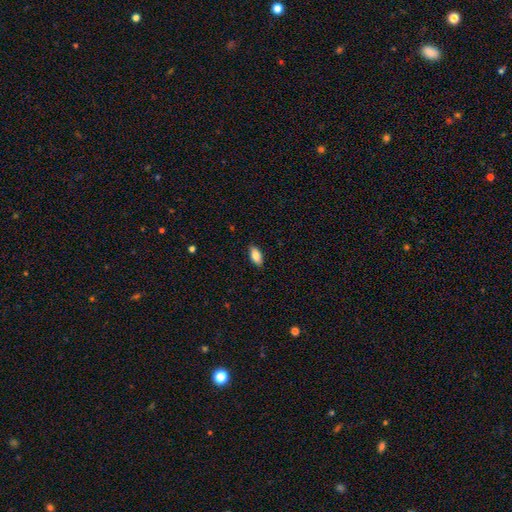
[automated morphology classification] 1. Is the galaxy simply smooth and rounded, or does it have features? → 84% smooth, 9% featured or disk, 7% star or artifact.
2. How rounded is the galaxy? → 89% in between, 8% cigar-shaped, 3% round.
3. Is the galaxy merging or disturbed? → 87% none, 10% minor disturbance, 2% major disturbance, 1% merger.